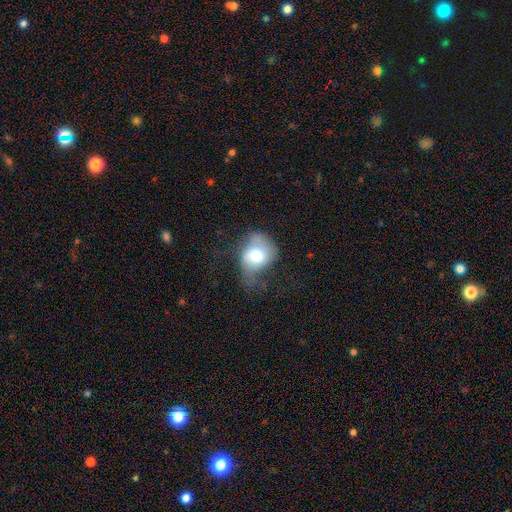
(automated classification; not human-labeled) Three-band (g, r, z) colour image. It shows a smooth galaxy with no disk features (67%) that is round (53%). Merging: minor disturbance (35%, tied with major disturbance).